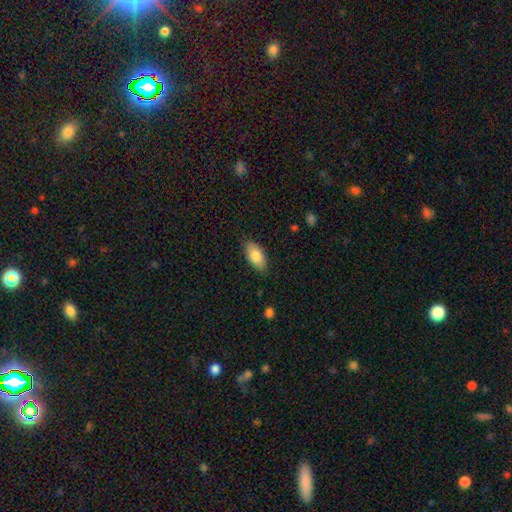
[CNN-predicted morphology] A smooth galaxy with no disk features (82%) that is in between round and cigar-shaped (92%). Merging: none (84%).